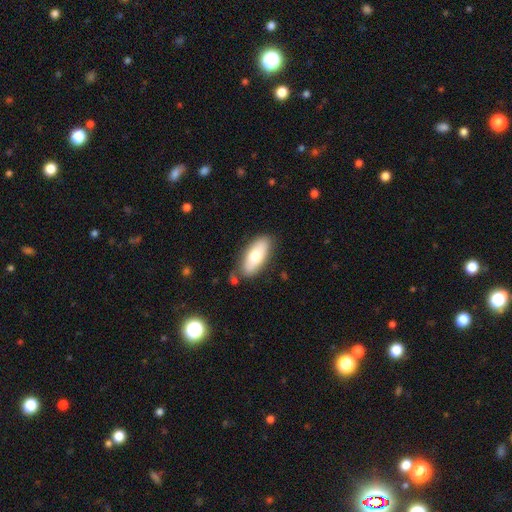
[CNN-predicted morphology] A smooth galaxy with no disk features (71%) that is in between round and cigar-shaped (84%).

Vote fractions:
- Smooth or featured? smooth: 71% / featured or disk: 23% / star or artifact: 6%
- How rounded? in between: 84% / cigar-shaped: 14% / round: 2%
- Merging? none: 80% / minor disturbance: 13% / merger: 4% / major disturbance: 3%